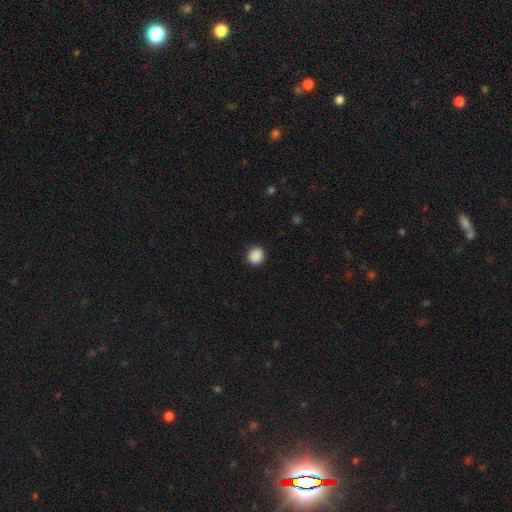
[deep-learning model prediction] Q: Smooth or featured?
A: smooth (89%); runner-up: star or artifact (9%)
Q: How rounded?
A: round (89%); runner-up: in between (11%)
Q: Merging?
A: none (90%); runner-up: minor disturbance (7%)